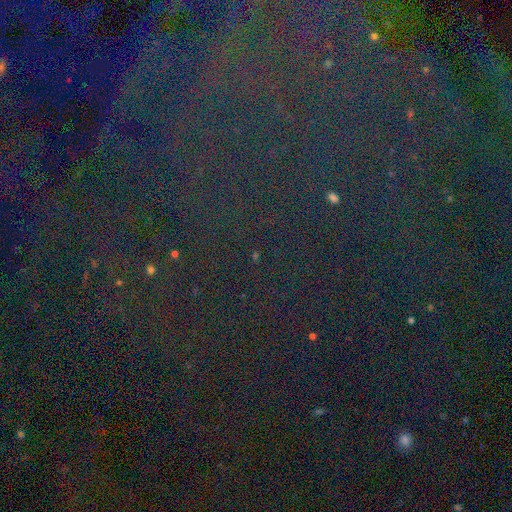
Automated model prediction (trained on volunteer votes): star or artifact 83%, smooth 10%, featured or disk 7%.